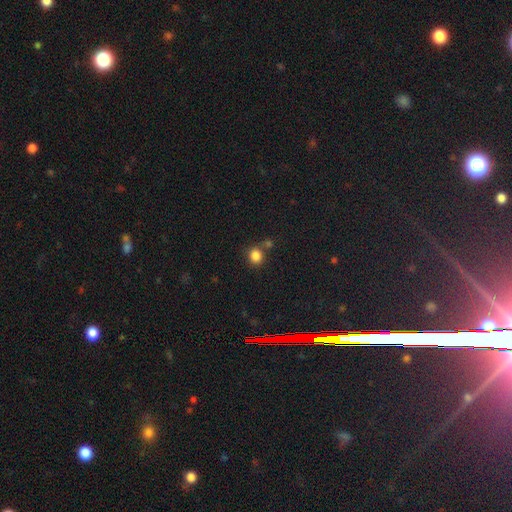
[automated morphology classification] The model was most divided on "merging": none: 68%, merger: 18%, minor disturbance: 11%, major disturbance: 4%. More confident: smooth or featured — smooth (84%); how rounded — round (81%).